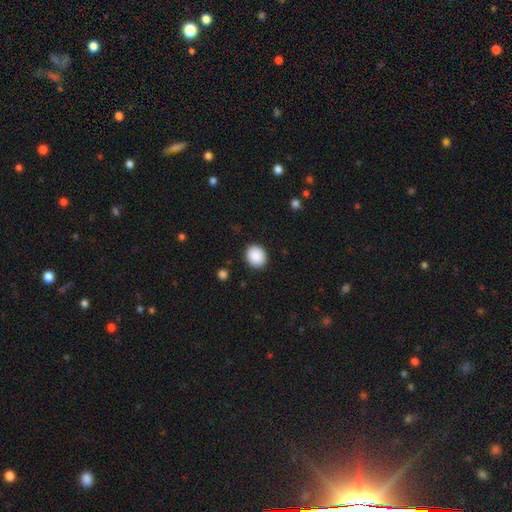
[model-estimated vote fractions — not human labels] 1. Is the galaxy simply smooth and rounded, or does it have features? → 90% smooth, 7% star or artifact, 3% featured or disk.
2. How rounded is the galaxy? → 65% round, 34% in between, 1% cigar-shaped.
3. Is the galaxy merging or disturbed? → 90% none, 7% minor disturbance, 2% major disturbance, 1% merger.